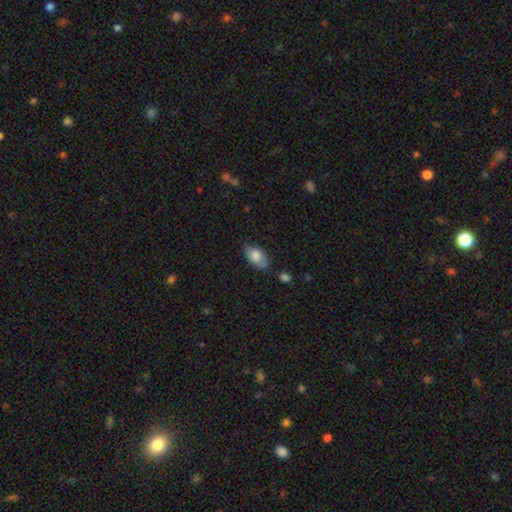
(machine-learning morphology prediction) This appears to be a smooth galaxy with no disk features (79%) that is in between round and cigar-shaped (91%). Merging: none (66%).